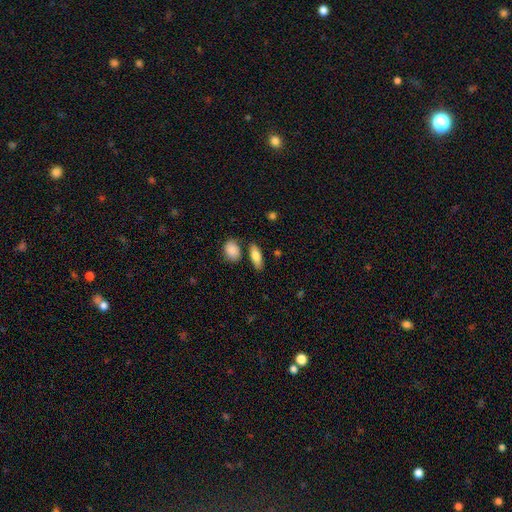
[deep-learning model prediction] Smooth or featured: smooth — 78% (featured or disk — 16%)
How rounded: in between — 73% (cigar-shaped — 23%)
Merging: none — 75% (minor disturbance — 12%)